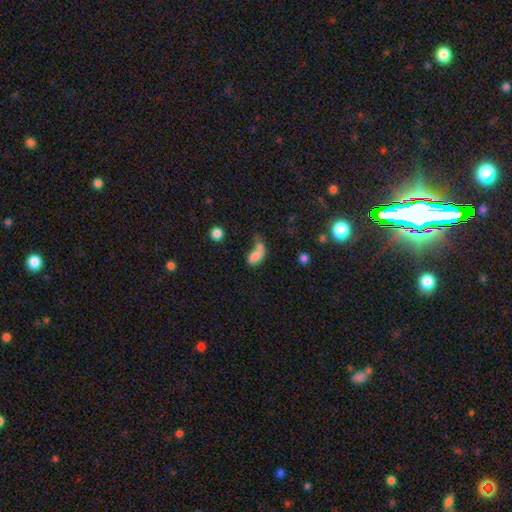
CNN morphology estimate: This appears to be a smooth galaxy with no disk features (68%) that is in between round and cigar-shaped (81%). Merging: merger (47%).